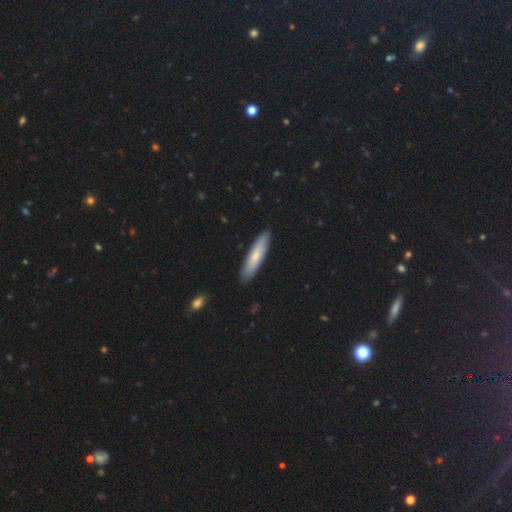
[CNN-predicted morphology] Q: Smooth or featured?
A: smooth (68%); runner-up: featured or disk (26%)
Q: How rounded?
A: cigar-shaped (79%); runner-up: in between (19%)
Q: Merging?
A: none (90%); runner-up: minor disturbance (8%)